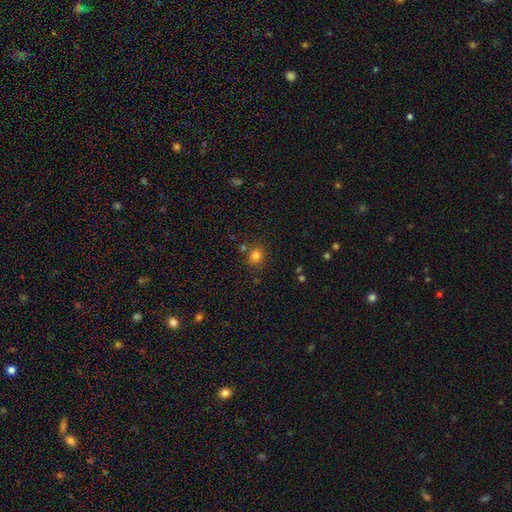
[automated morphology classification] Smooth or featured? smooth (80%)
How rounded? round (84%)
Merging? none (78%)